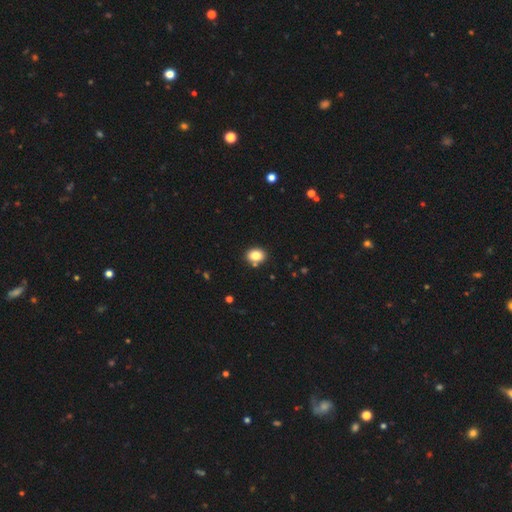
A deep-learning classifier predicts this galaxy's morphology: Smooth or featured? Predicted: smooth (p=0.83). How rounded? Predicted: in between (p=0.57). Merging? Predicted: none (p=0.83).